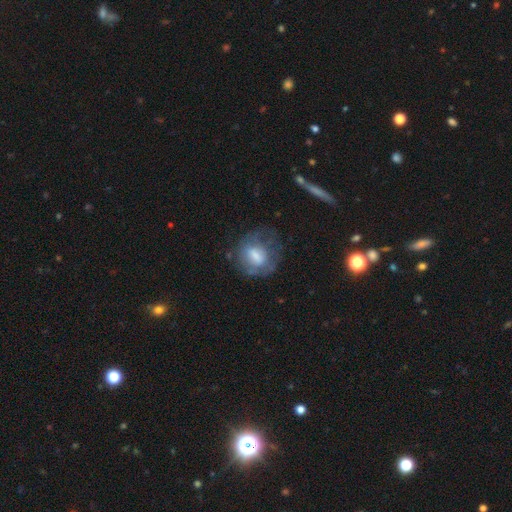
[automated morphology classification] smooth-or-featured: smooth: 53% | featured or disk: 38% | star or artifact: 9%
  how-rounded: round: 62% | in between: 37% | cigar-shaped: 2%
  merging: none: 49% | minor disturbance: 25% | major disturbance: 24% | merger: 2%